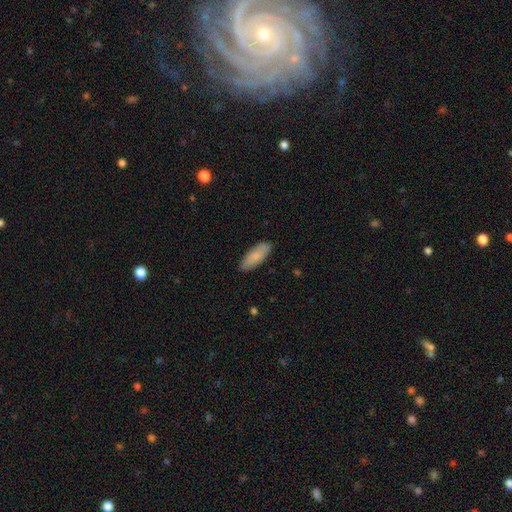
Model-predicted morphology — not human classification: Q: Smooth or featured?
A: smooth (84%); runner-up: featured or disk (10%)
Q: How rounded?
A: in between (71%); runner-up: cigar-shaped (27%)
Q: Merging?
A: none (87%); runner-up: minor disturbance (10%)